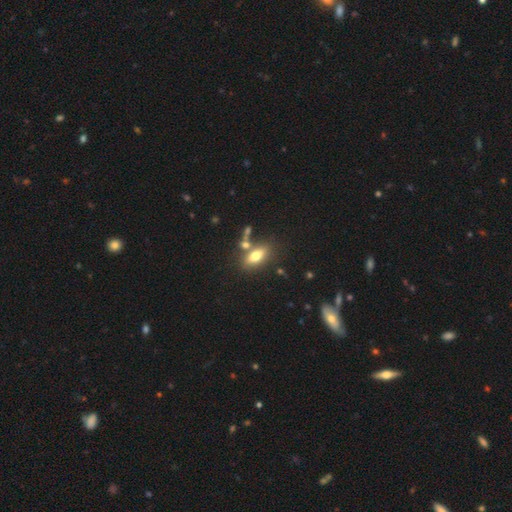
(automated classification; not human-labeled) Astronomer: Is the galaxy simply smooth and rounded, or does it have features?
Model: smooth — 70%.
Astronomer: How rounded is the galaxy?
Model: in between — 80%.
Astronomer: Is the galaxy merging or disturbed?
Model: none — 64%.